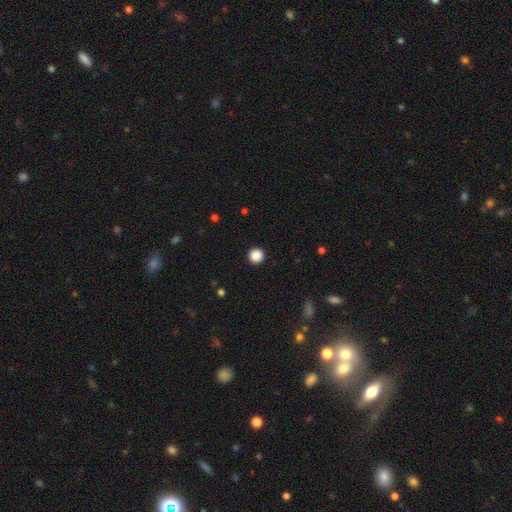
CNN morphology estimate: smooth 88%, star or artifact 10%, featured or disk 2%. Down the decision tree: how rounded — round (96%); merging — none (94%).